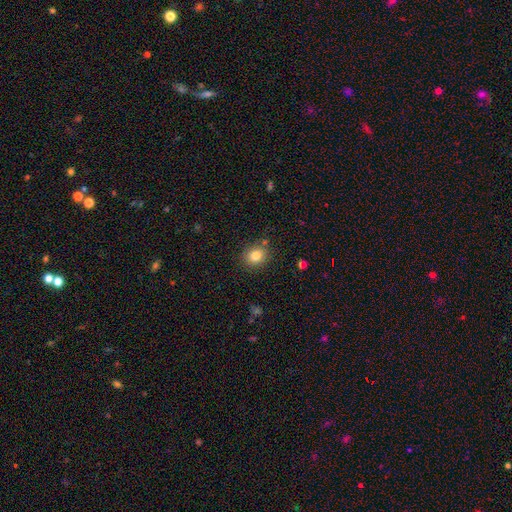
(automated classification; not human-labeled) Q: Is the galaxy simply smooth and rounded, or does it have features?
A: smooth — 81%.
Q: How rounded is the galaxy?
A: round — 70%.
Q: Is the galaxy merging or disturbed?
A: none — 82%.